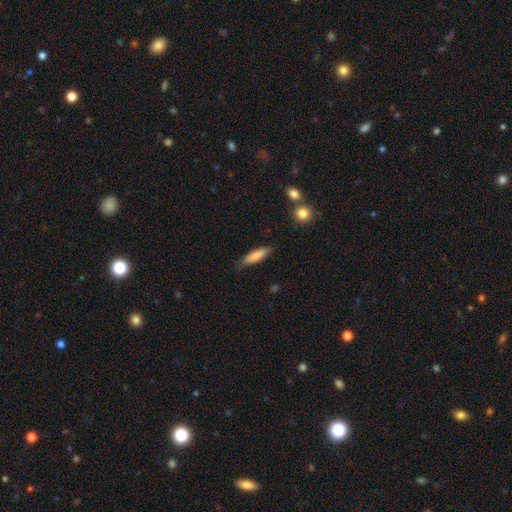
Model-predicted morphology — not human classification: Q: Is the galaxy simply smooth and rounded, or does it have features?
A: smooth — 79%.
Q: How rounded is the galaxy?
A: cigar-shaped — 71%.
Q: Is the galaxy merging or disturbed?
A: none — 79%.